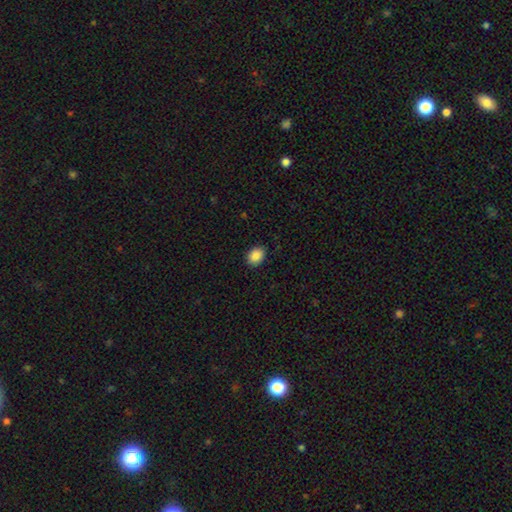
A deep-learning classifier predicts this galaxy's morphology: Overall: smooth (88%). How rounded: in between (62%; round 37%). Merging: none (89%).